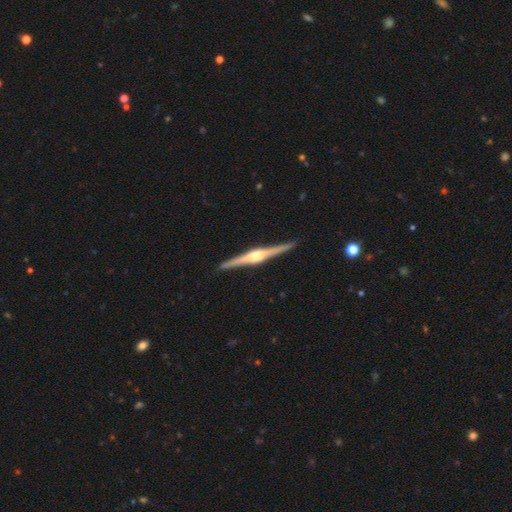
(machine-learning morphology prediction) Smooth or featured: featured or disk — 87% (smooth — 9%)
Edge-on disk: yes — 99% (no — 1%)
Edge-on bulge: rounded — 79% (boxy — 17%)
Merging: none — 92% (minor disturbance — 6%)